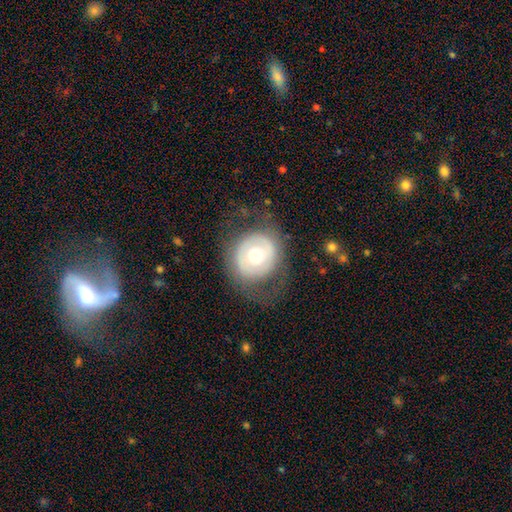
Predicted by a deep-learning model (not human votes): The model was most divided on "smooth or featured": featured or disk: 49%, smooth: 44%, star or artifact: 7%. More confident: merging — none (69%).